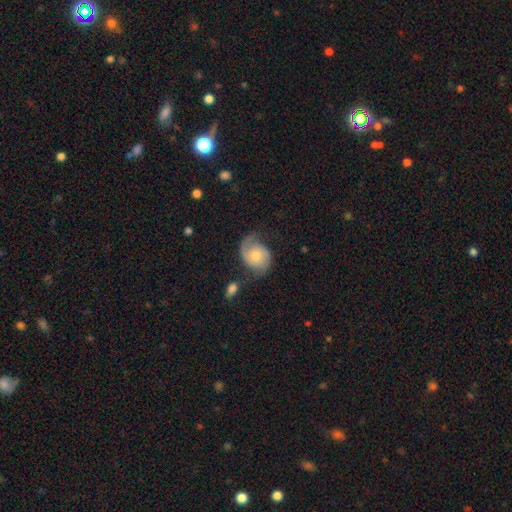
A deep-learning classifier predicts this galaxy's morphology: Smooth or featured? featured or disk (70%)
Edge-on disk? no (97%)
Bar? no (70%)
Spiral arms? yes (93%)
Spiral winding? medium (43%)
Spiral arm count? 2 (79%)
Bulge size? moderate (54%)
Merging? none (54%)